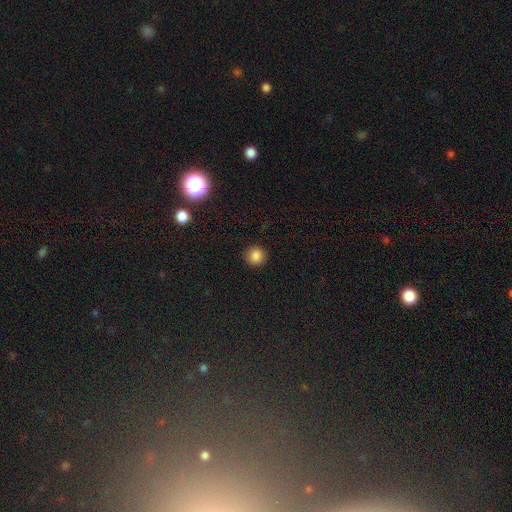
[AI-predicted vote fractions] Smooth or featured: smooth — 85% (star or artifact — 12%)
How rounded: round — 93% (in between — 6%)
Merging: none — 91% (minor disturbance — 6%)